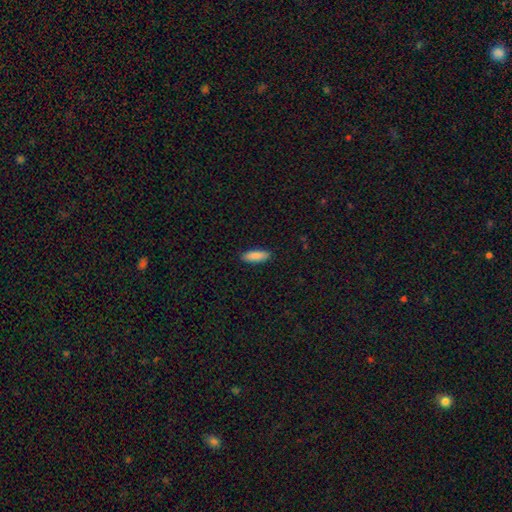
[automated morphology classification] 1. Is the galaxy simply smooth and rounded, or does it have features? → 90% smooth, 6% star or artifact, 5% featured or disk.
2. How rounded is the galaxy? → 62% in between, 36% cigar-shaped, 2% round.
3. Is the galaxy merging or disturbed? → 90% none, 8% minor disturbance, 2% major disturbance, 1% merger.